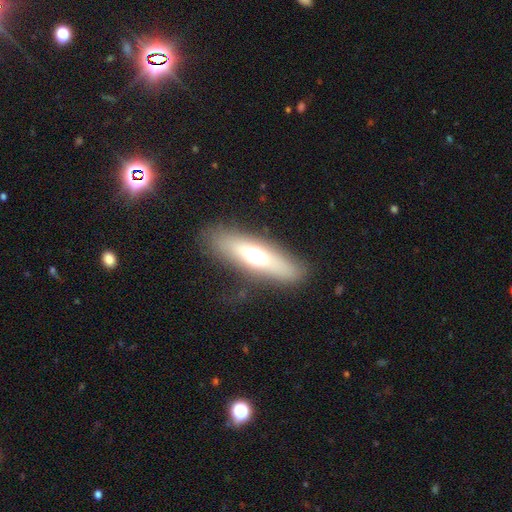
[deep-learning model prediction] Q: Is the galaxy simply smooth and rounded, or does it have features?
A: smooth — 54%.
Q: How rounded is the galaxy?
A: in between — 51%.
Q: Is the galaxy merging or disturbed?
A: none — 82%.